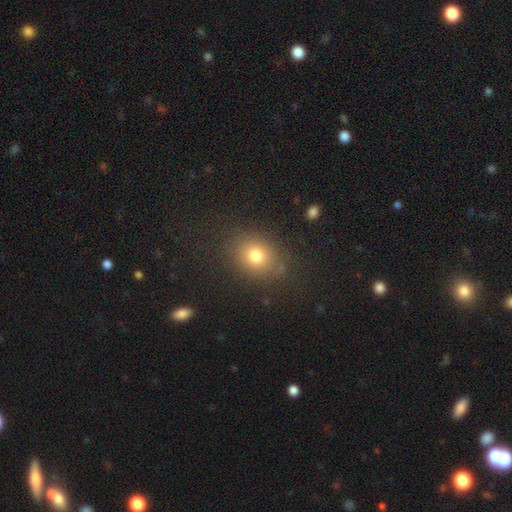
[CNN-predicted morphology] Smooth or featured: smooth — 76% (star or artifact — 14%)
How rounded: round — 50% (in between — 48%)
Merging: none — 82% (minor disturbance — 11%)